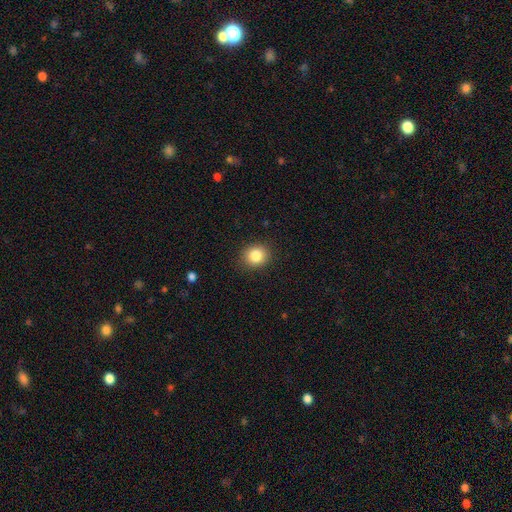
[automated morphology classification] Smooth or featured?
  - smooth: 84% *
  - star or artifact: 10%
  - featured or disk: 6%
How rounded?
  - round: 78% *
  - in between: 21%
  - cigar-shaped: 1%
Merging?
  - none: 89% *
  - minor disturbance: 8%
  - major disturbance: 2%
  - merger: 1%